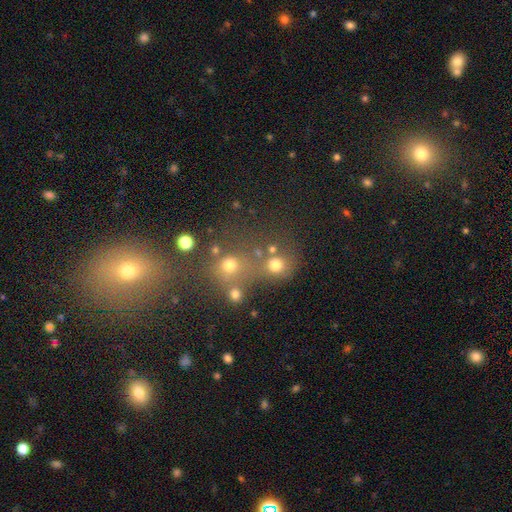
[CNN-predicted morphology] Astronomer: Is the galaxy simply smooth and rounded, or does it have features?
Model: star or artifact — 44%, tied with smooth at 44%.